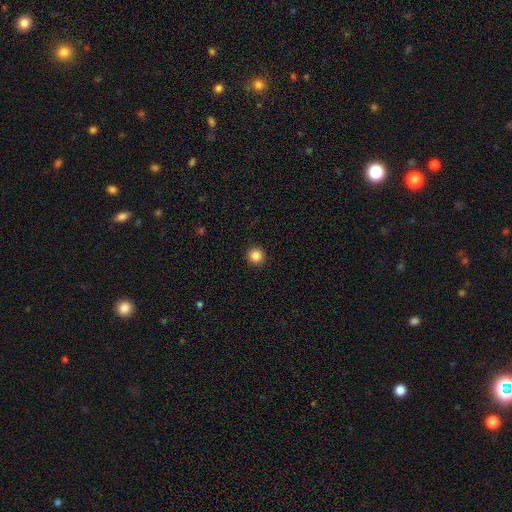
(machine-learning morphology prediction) Smooth or featured?
  - smooth: 85% *
  - star or artifact: 11%
  - featured or disk: 4%
How rounded?
  - round: 96% *
  - in between: 3%
  - cigar-shaped: 1%
Merging?
  - none: 93% *
  - minor disturbance: 4%
  - major disturbance: 2%
  - merger: 1%